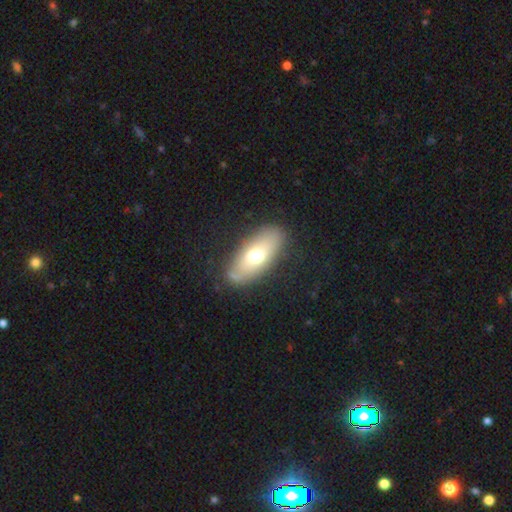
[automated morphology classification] Overall: smooth (60%; featured or disk 32%). How rounded: in between (83%). Merging: none (81%).